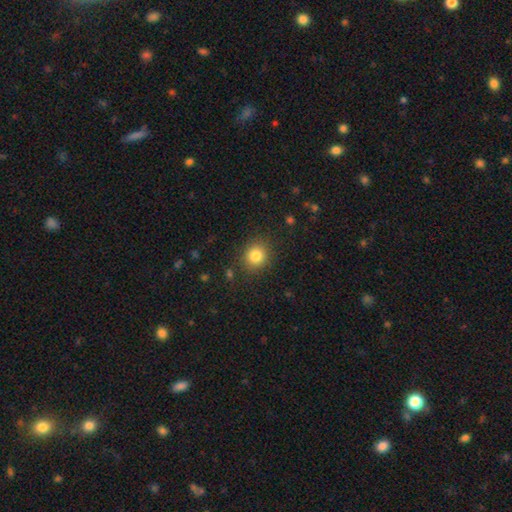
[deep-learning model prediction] This appears to be a smooth galaxy with no disk features (82%) that is round (84%). Merging: none (87%).